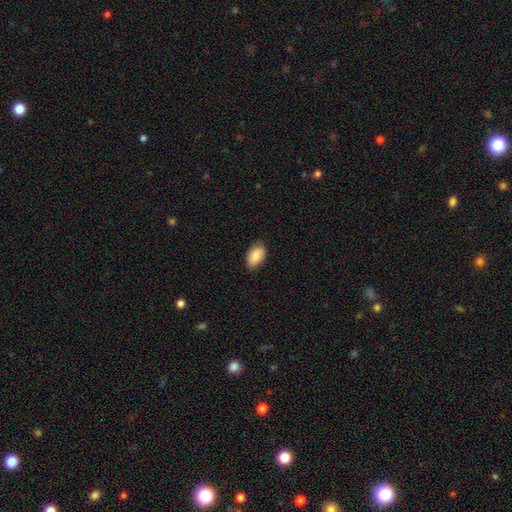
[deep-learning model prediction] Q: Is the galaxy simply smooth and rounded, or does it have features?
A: smooth — 86%.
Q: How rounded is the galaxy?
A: in between — 92%.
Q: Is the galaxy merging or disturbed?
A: none — 82%.